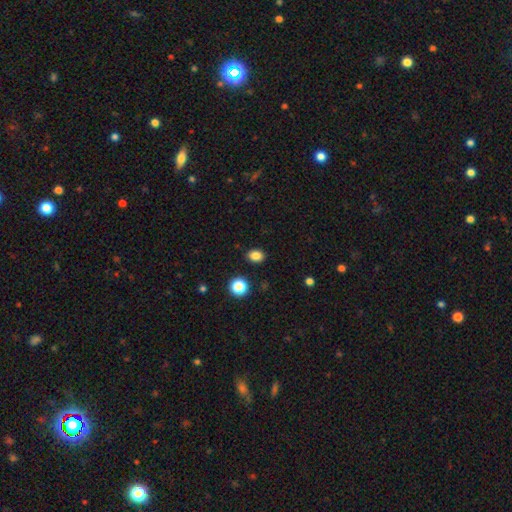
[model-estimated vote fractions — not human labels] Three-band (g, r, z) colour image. It shows a smooth galaxy with no disk features (83%) that is in between round and cigar-shaped (56%). Merging: none (89%).